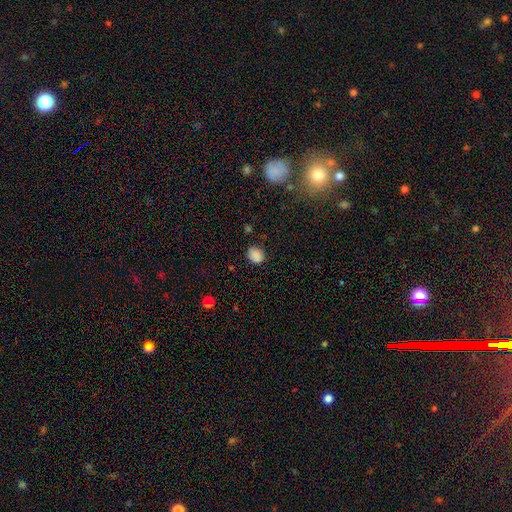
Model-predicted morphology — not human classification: Smooth or featured?
  - smooth: 86% *
  - star or artifact: 10%
  - featured or disk: 4%
How rounded?
  - round: 64% *
  - in between: 35%
  - cigar-shaped: 1%
Merging?
  - none: 81% *
  - minor disturbance: 14%
  - major disturbance: 3%
  - merger: 2%